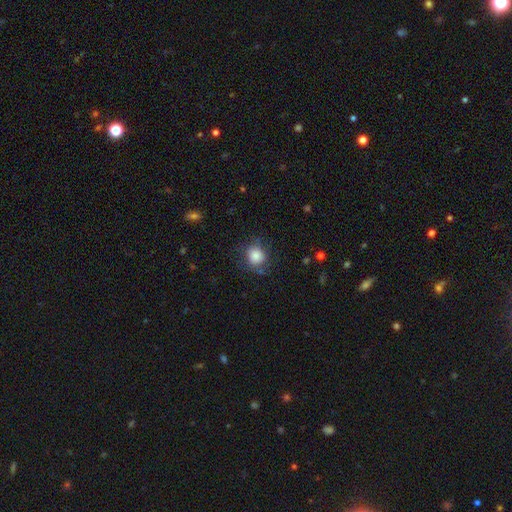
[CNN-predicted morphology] This is clearly a smooth galaxy (83%). How rounded: clearly round (83%). Merging: likely none (74%).